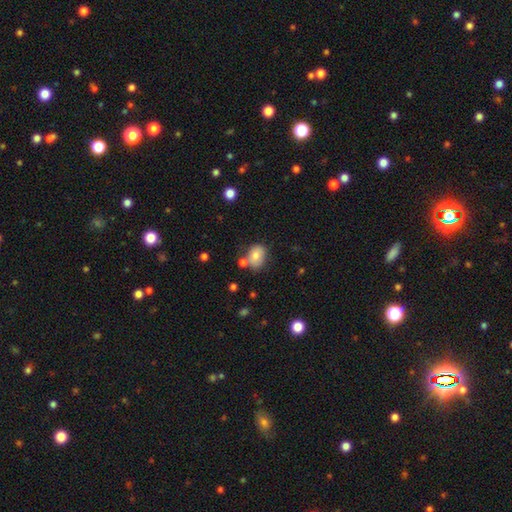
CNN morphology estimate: The model was most divided on "how rounded": in between: 66%, round: 33%, cigar-shaped: 1%. More confident: smooth or featured — smooth (77%); merging — none (63%).